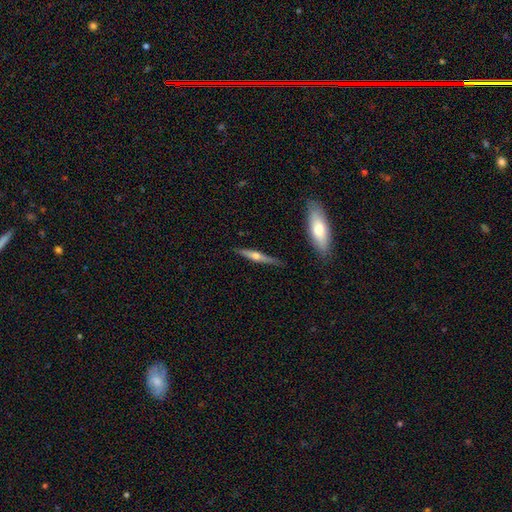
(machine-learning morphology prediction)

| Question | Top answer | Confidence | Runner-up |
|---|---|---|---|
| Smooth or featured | featured or disk | 62% | smooth (32%) |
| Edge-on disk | yes | 96% | no (4%) |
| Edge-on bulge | rounded | 91% | none (5%) |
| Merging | none | 85% | minor disturbance (11%) |